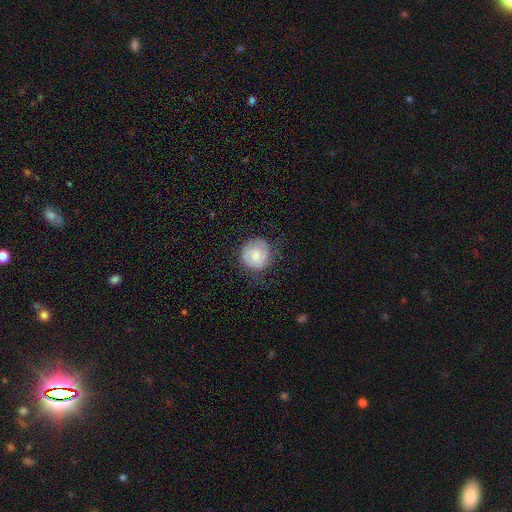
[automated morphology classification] smooth_or_featured: smooth (p=0.65) [alt: featured or disk p=0.28]
how_rounded: round (p=0.91) [alt: in between p=0.08]
merging: none (p=0.65) [alt: minor disturbance p=0.23]